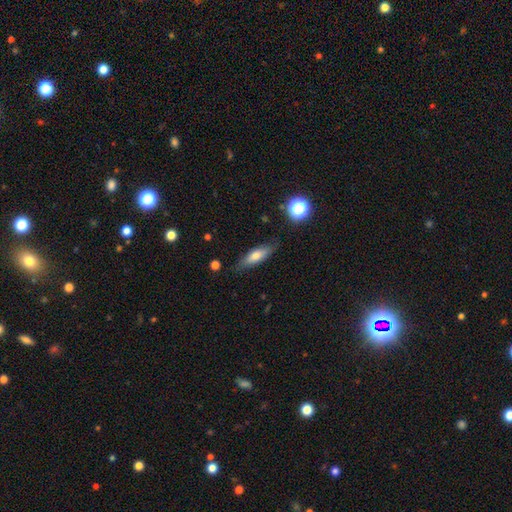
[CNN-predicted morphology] The model was most divided on "how rounded": in between: 53%, cigar-shaped: 44%, round: 3%. More confident: merging — none (80%); smooth or featured — smooth (67%).